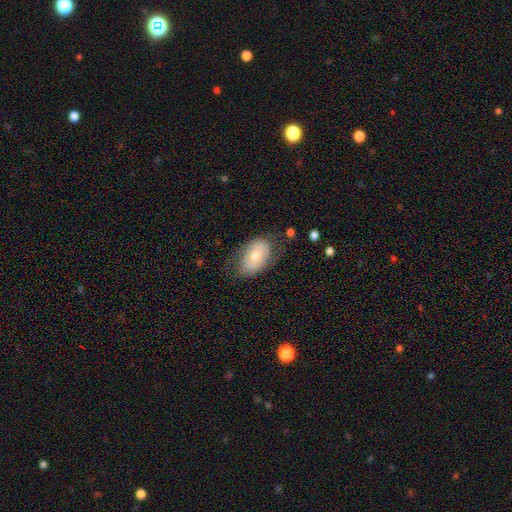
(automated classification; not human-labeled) A smooth galaxy with no disk features (60%) that is in between round and cigar-shaped (90%). Merging: none (65%).